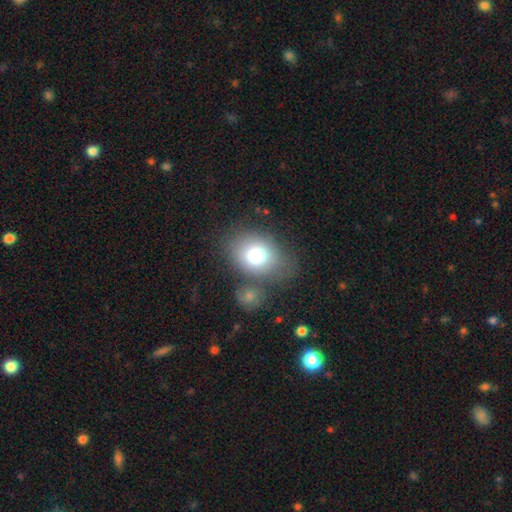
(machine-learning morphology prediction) Smooth or featured? smooth (76%)
How rounded? in between (53%)
Merging? none (59%)